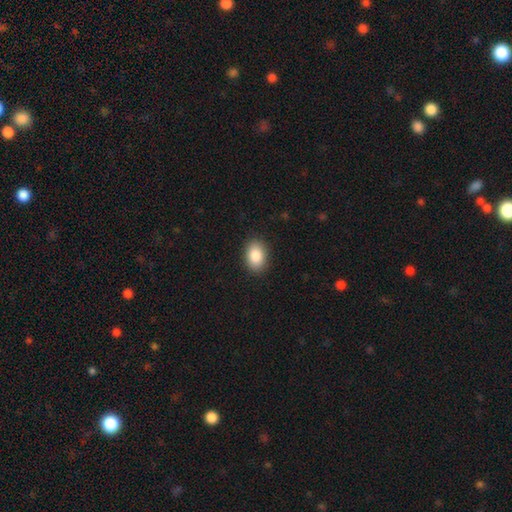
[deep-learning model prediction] A smooth galaxy with no disk features (87%) that is in between round and cigar-shaped (84%). Merging: none (89%).